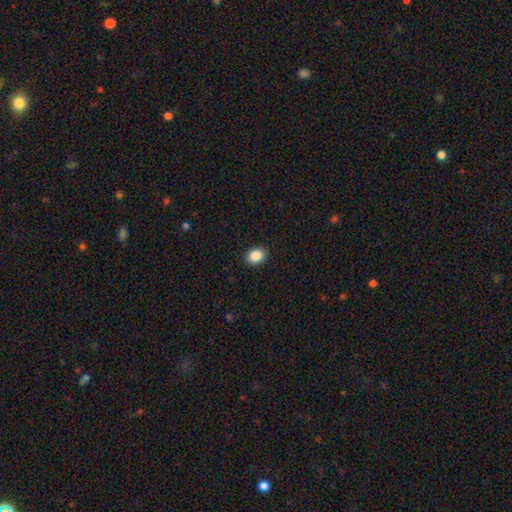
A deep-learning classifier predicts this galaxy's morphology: Overall: smooth (88%). How rounded: in between (66%; round 33%). Merging: none (90%).